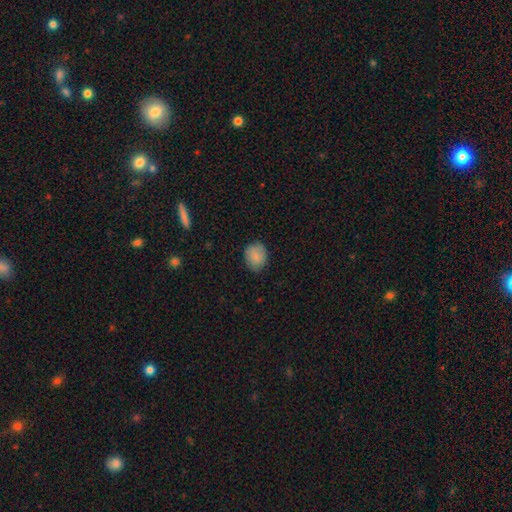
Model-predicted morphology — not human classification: A smooth galaxy with no disk features (87%) that is round (60%).

Vote fractions:
- Smooth or featured? smooth: 87% / star or artifact: 8% / featured or disk: 5%
- How rounded? round: 60% / in between: 39% / cigar-shaped: 1%
- Merging? none: 81% / minor disturbance: 15% / major disturbance: 3% / merger: 1%